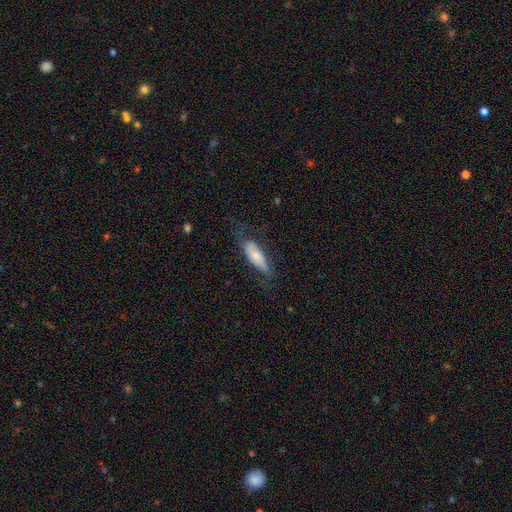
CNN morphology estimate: Smooth or featured? Predicted: smooth (p=0.59). How rounded? Predicted: in between (p=0.65). Merging? Predicted: none (p=0.59).